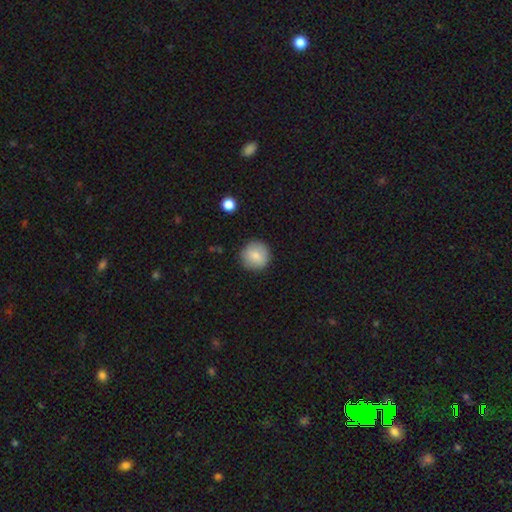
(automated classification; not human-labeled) A smooth galaxy with no disk features (81%) that is round (95%).

Vote fractions:
- Smooth or featured? smooth: 81% / featured or disk: 11% / star or artifact: 8%
- How rounded? round: 95% / in between: 4% / cigar-shaped: 1%
- Merging? none: 88% / minor disturbance: 9% / major disturbance: 2% / merger: 1%